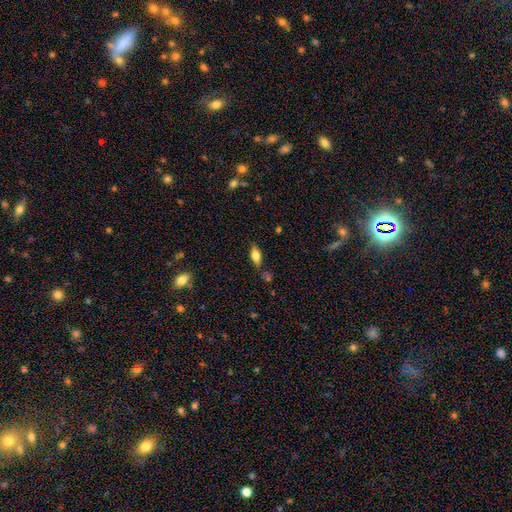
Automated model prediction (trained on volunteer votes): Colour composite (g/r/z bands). It shows a smooth galaxy with no disk features (68%) that is in between round and cigar-shaped (81%). Merging: none (77%).